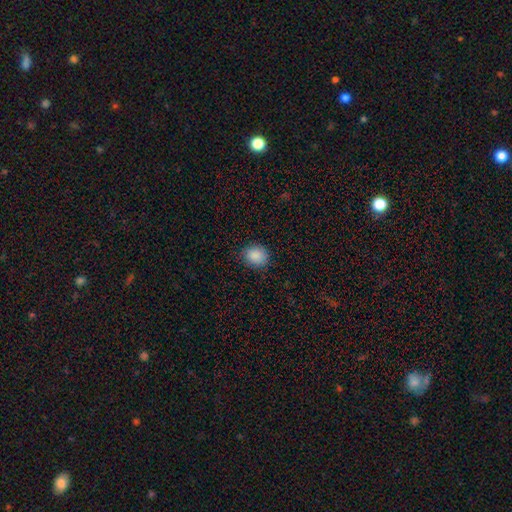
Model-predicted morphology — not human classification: type=smooth (88%); roundness=round (68%); merging=none (86%).